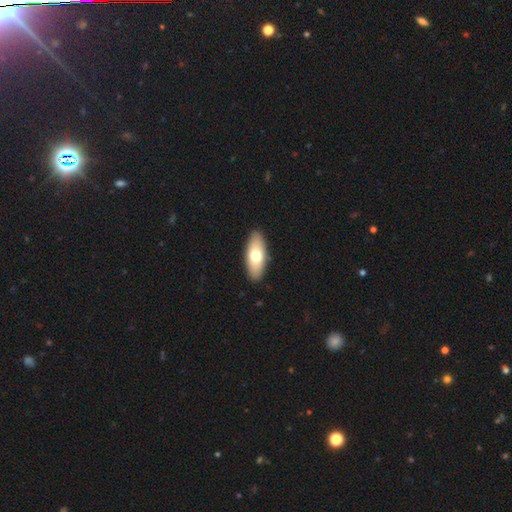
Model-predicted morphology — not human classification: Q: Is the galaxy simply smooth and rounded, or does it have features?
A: smooth — 69%.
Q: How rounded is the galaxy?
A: in between — 82%.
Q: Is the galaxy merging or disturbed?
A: none — 90%.